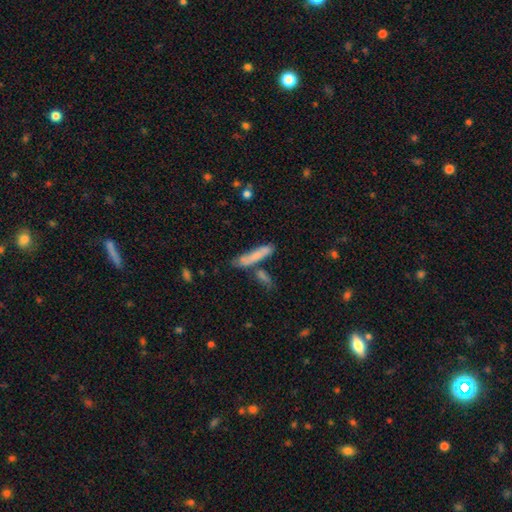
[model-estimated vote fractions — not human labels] Smooth or featured? smooth (70%)
How rounded? cigar-shaped (85%)
Merging? none (57%)